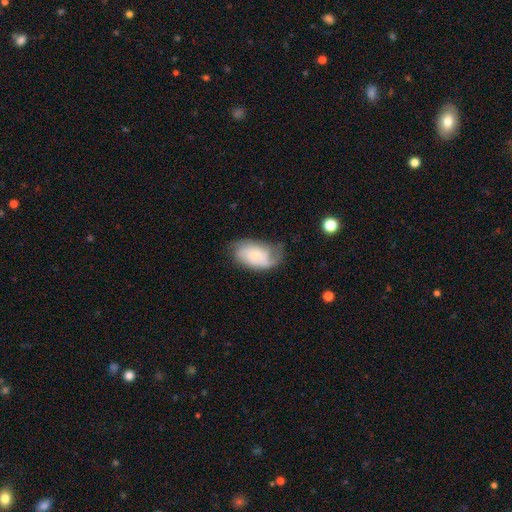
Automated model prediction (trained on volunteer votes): smooth-or-featured: featured or disk: 59% | smooth: 34% | star or artifact: 7%
  disk-edge-on: no: 96% | yes: 4%
    bar: no: 70% | weak: 25% | strong: 4%
    has-spiral-arms: yes: 86% | no: 14%
    bulge-size: small: 66% | moderate: 27% | none: 4% | large: 2% | dominant: 1%
  merging: none: 54% | minor disturbance: 30% | major disturbance: 14% | merger: 2%